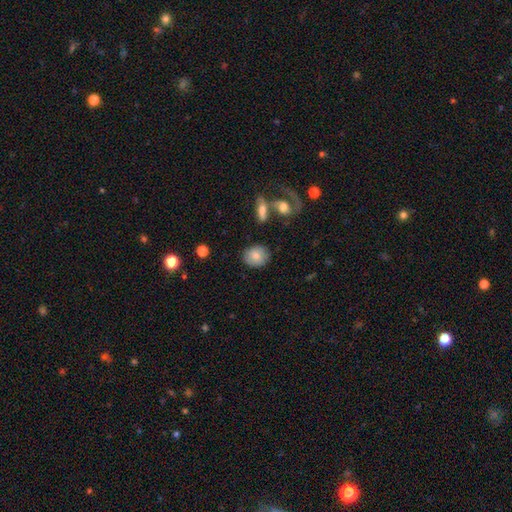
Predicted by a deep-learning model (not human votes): Smooth or featured?
  - smooth: 81% *
  - featured or disk: 12%
  - star or artifact: 8%
How rounded?
  - round: 69% *
  - in between: 30%
  - cigar-shaped: 1%
Merging?
  - none: 84% *
  - minor disturbance: 10%
  - merger: 3%
  - major disturbance: 3%